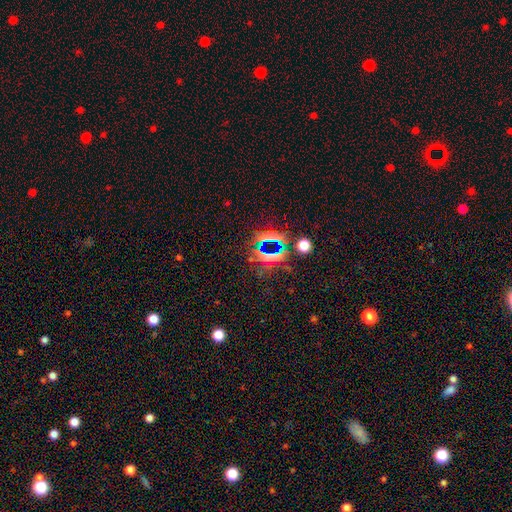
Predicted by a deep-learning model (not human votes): Smooth or featured? Predicted: star or artifact (p=0.50).